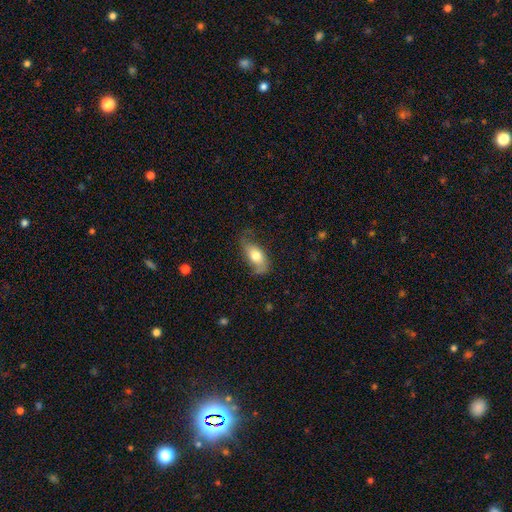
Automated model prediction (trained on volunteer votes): Q: Smooth or featured?
A: smooth (62%); runner-up: featured or disk (31%)
Q: How rounded?
A: in between (83%); runner-up: cigar-shaped (13%)
Q: Merging?
A: none (57%); runner-up: minor disturbance (30%)